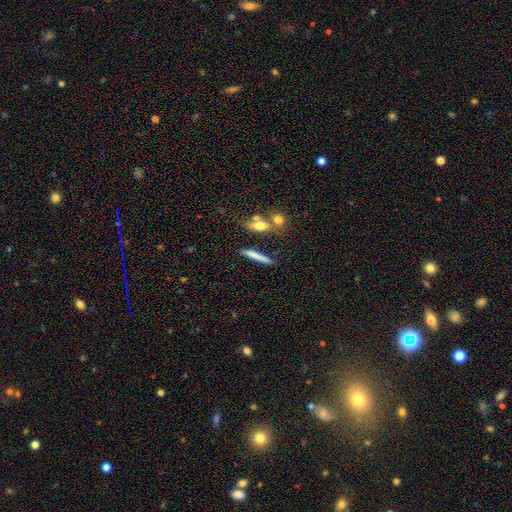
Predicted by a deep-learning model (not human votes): Morphology: type=smooth (69%); roundness=cigar-shaped (90%); merging=none (76%).